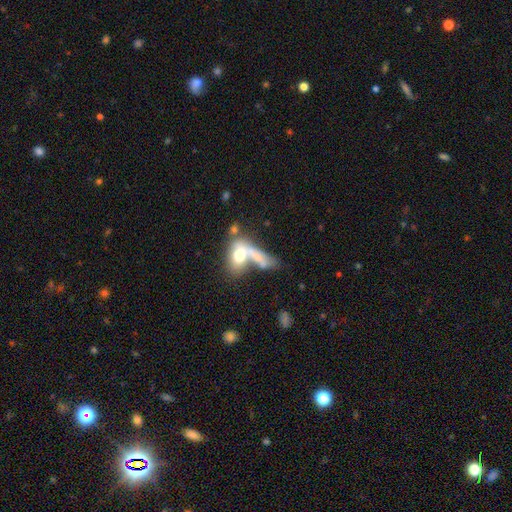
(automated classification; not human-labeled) Q: Smooth or featured?
A: smooth (63%); runner-up: featured or disk (28%)
Q: How rounded?
A: in between (64%); runner-up: cigar-shaped (19%)
Q: Merging?
A: merger (58%); runner-up: none (19%)